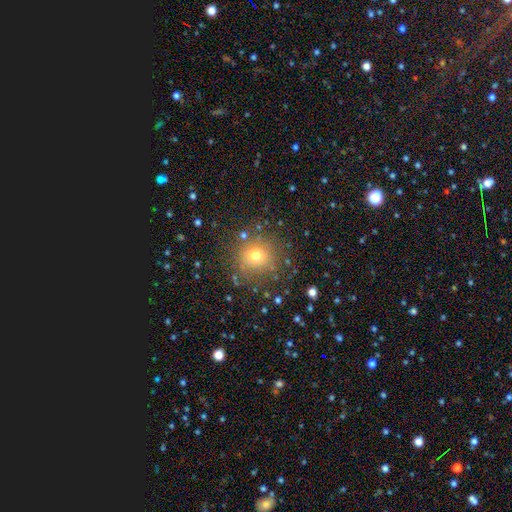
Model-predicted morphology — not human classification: smooth_or_featured: smooth (p=0.71) [alt: star or artifact p=0.18]
how_rounded: round (p=0.89) [alt: in between p=0.10]
merging: none (p=0.81) [alt: minor disturbance p=0.11]